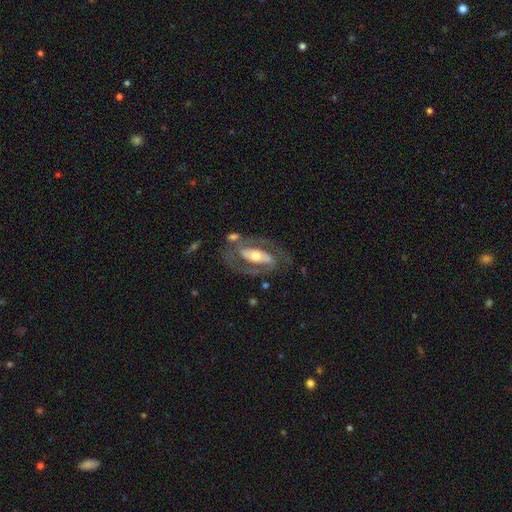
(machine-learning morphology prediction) This appears to be a featured or disk galaxy (82%) with a strong bar (49%), 2 (86%) medium (49%) spiral arms (84%) and a moderate central bulge (63%). Merging: none (69%).